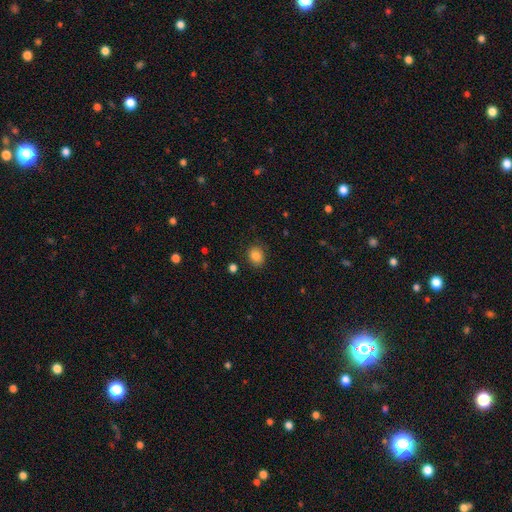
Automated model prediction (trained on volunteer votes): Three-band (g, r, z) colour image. It shows a smooth galaxy with no disk features (85%) that is round (68%). Merging: none (85%).